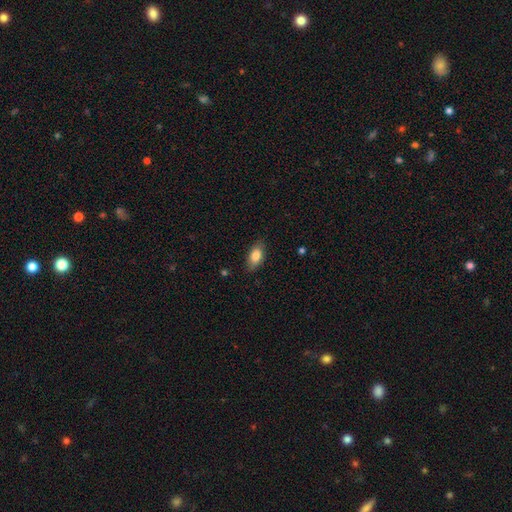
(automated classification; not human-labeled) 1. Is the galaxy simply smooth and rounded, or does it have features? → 81% smooth, 12% featured or disk, 7% star or artifact.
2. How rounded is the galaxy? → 88% in between, 7% cigar-shaped, 5% round.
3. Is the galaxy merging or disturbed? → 81% none, 15% minor disturbance, 3% major disturbance, 1% merger.